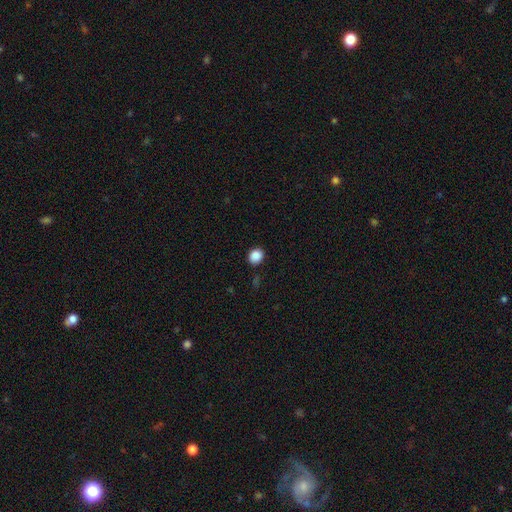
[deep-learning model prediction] Smooth or featured?
  - smooth: 88% *
  - star or artifact: 9%
  - featured or disk: 3%
How rounded?
  - round: 68% *
  - in between: 31%
  - cigar-shaped: 1%
Merging?
  - none: 89% *
  - minor disturbance: 7%
  - major disturbance: 2%
  - merger: 1%